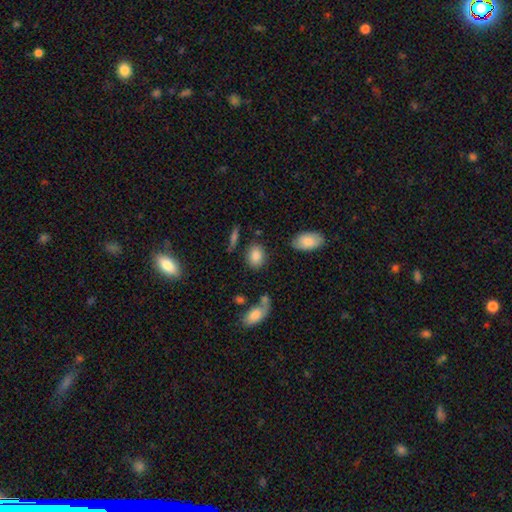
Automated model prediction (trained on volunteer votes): Smooth or featured?
  - smooth: 84% *
  - star or artifact: 8%
  - featured or disk: 8%
How rounded?
  - in between: 69% *
  - round: 29%
  - cigar-shaped: 2%
Merging?
  - none: 78% *
  - minor disturbance: 13%
  - merger: 5%
  - major disturbance: 4%